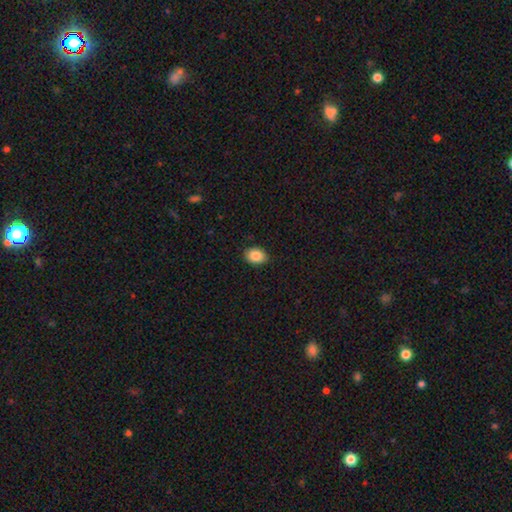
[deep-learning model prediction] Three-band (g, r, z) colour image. It shows a smooth galaxy with no disk features (87%) that is in between round and cigar-shaped (76%). Merging: none (88%).